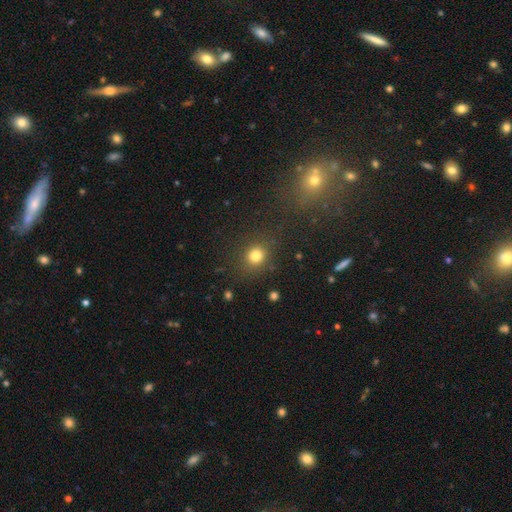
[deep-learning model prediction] Smooth or featured?
  - smooth: 80% *
  - star or artifact: 14%
  - featured or disk: 6%
How rounded?
  - round: 82% *
  - in between: 17%
  - cigar-shaped: 1%
Merging?
  - none: 81% *
  - minor disturbance: 9%
  - major disturbance: 5%
  - merger: 4%